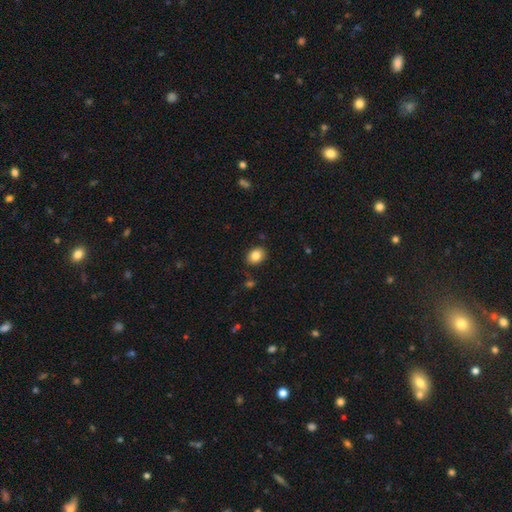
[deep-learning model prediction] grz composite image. It shows a smooth galaxy with no disk features (84%) that is in between round and cigar-shaped (62%). Merging: none (87%).